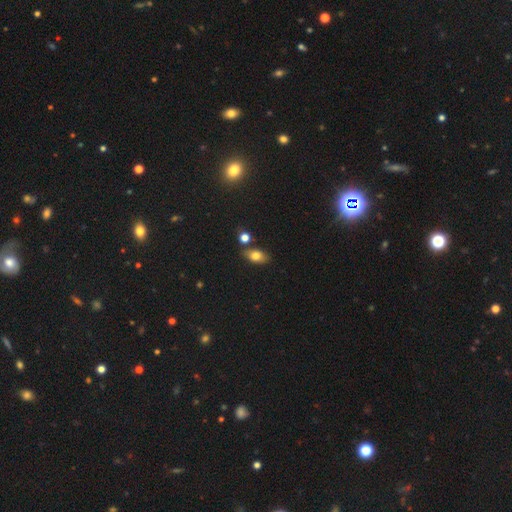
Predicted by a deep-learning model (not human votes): Overall: smooth (76%). How rounded: in between (83%). Merging: none (74%).